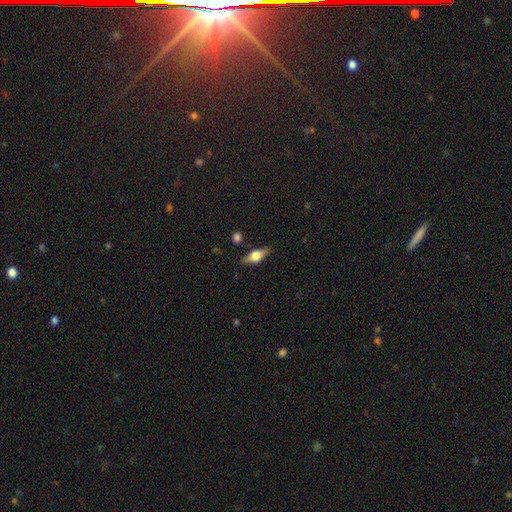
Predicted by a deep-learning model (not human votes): Overall: featured or disk (59%; smooth 33%). Edge-on disk: yes (94%). Edge-on bulge: rounded (92%). Merging: none (83%).